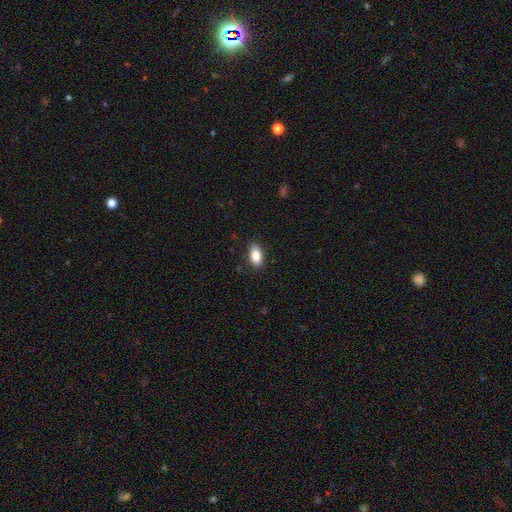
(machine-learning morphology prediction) type=smooth (85%); roundness=in between (91%); merging=none (86%).